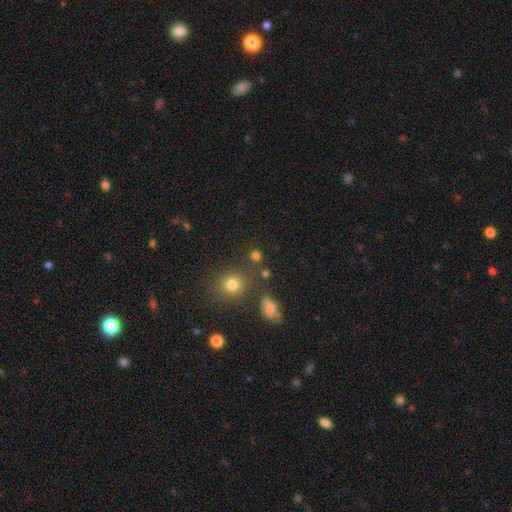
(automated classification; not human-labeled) The model was most divided on "smooth or featured": smooth: 75%, star or artifact: 19%, featured or disk: 6%. More confident: how rounded — round (84%); merging — none (75%).